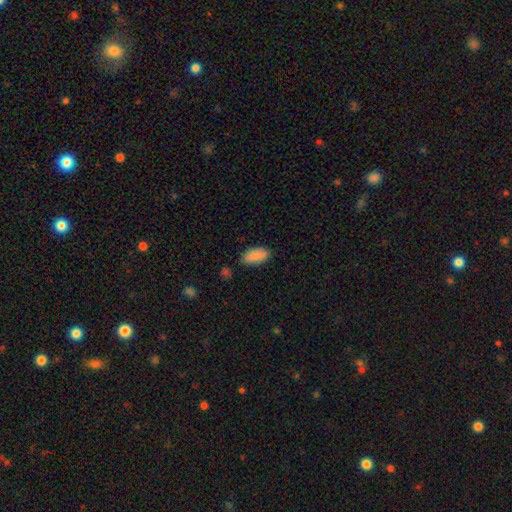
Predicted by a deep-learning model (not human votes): Q: Smooth or featured?
A: smooth (86%); runner-up: featured or disk (7%)
Q: How rounded?
A: in between (89%); runner-up: cigar-shaped (9%)
Q: Merging?
A: none (81%); runner-up: minor disturbance (14%)